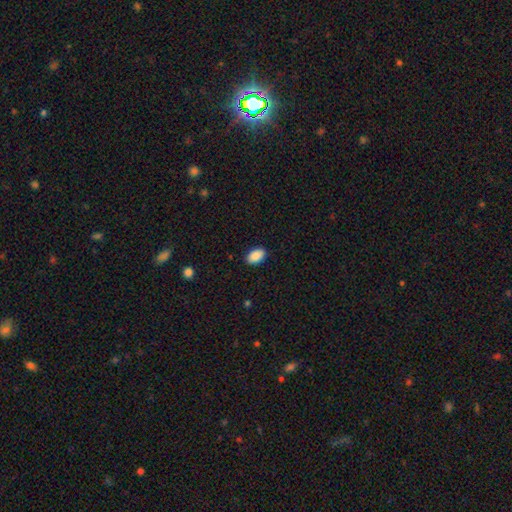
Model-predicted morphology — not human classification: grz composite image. It shows a smooth galaxy with no disk features (91%) that is in between round and cigar-shaped (92%). Merging: none (89%).